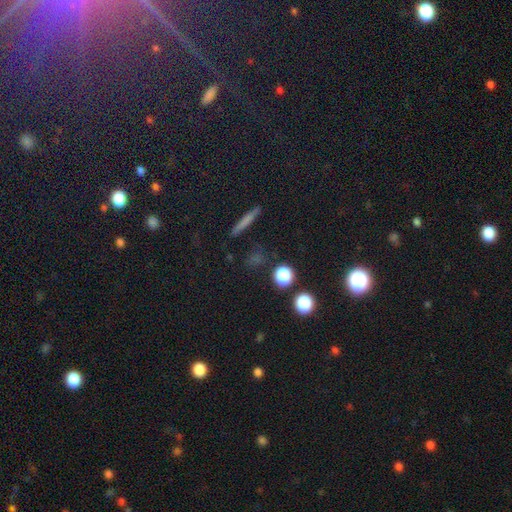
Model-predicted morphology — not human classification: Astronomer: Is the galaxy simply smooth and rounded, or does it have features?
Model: star or artifact — 73%.